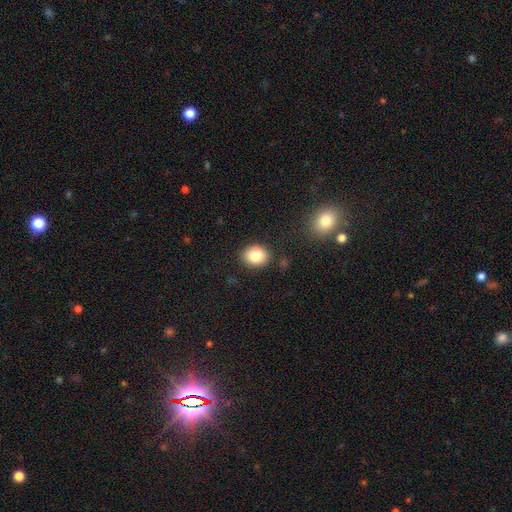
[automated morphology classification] The model was most divided on "how rounded": round: 59%, in between: 40%, cigar-shaped: 1%. More confident: merging — none (86%); smooth or featured — smooth (82%).